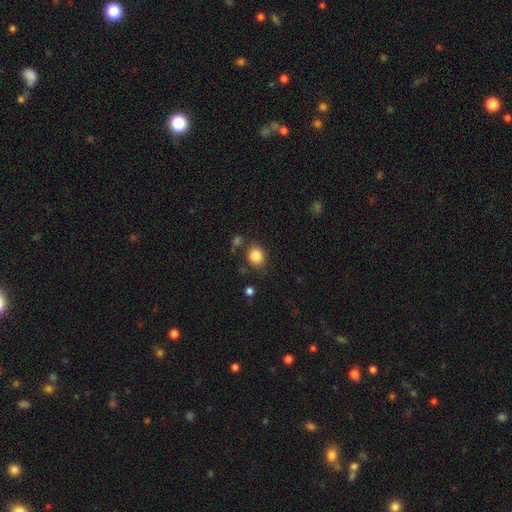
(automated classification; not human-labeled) Q: Smooth or featured?
A: smooth (85%); runner-up: star or artifact (10%)
Q: How rounded?
A: round (56%); runner-up: in between (44%)
Q: Merging?
A: none (75%); runner-up: minor disturbance (15%)